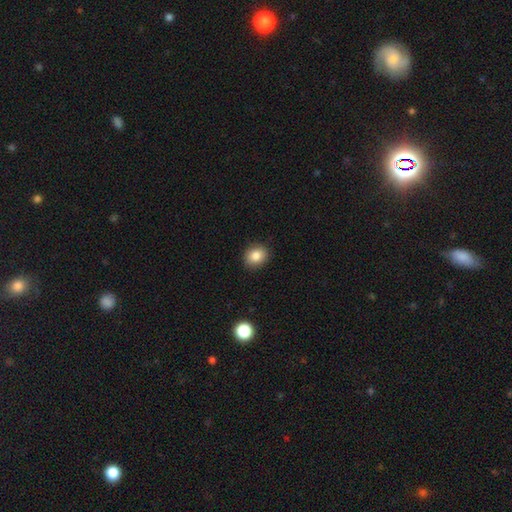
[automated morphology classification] Overall: smooth (84%). How rounded: round (66%; in between 33%). Merging: none (90%).